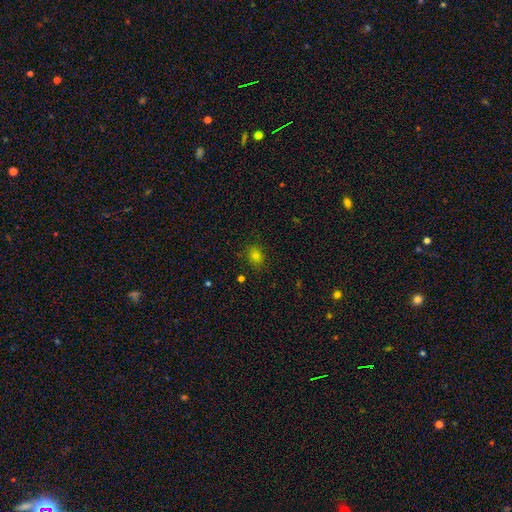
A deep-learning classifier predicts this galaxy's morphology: Overall: smooth (75%). How rounded: round (50%; in between 49%). Merging: none (84%).